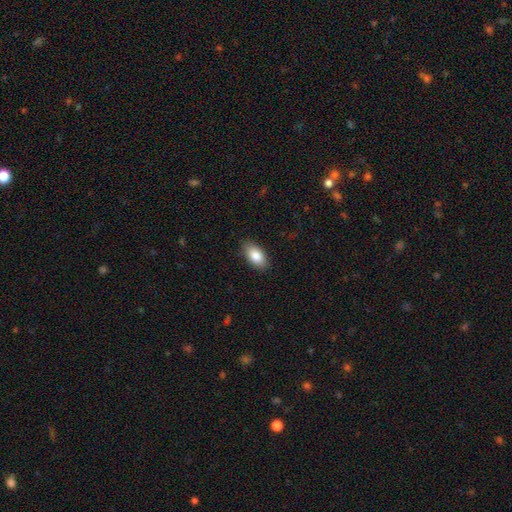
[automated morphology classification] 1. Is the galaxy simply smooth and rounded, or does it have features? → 85% smooth, 8% featured or disk, 7% star or artifact.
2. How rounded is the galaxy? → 93% in between, 4% cigar-shaped, 3% round.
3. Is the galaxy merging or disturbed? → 87% none, 10% minor disturbance, 2% major disturbance, 1% merger.